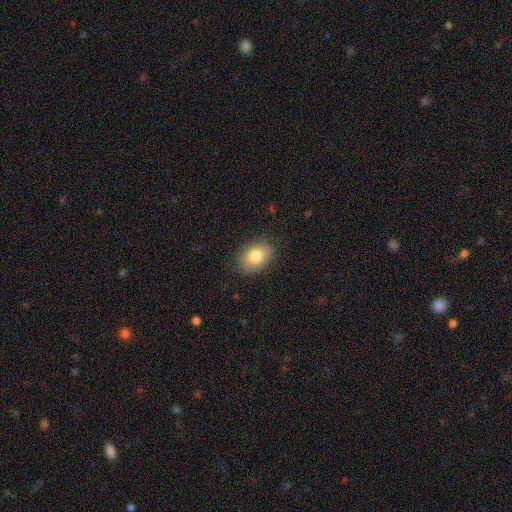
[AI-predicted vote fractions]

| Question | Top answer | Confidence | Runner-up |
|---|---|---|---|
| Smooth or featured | smooth | 81% | featured or disk (11%) |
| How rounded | in between | 80% | round (19%) |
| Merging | none | 86% | minor disturbance (10%) |